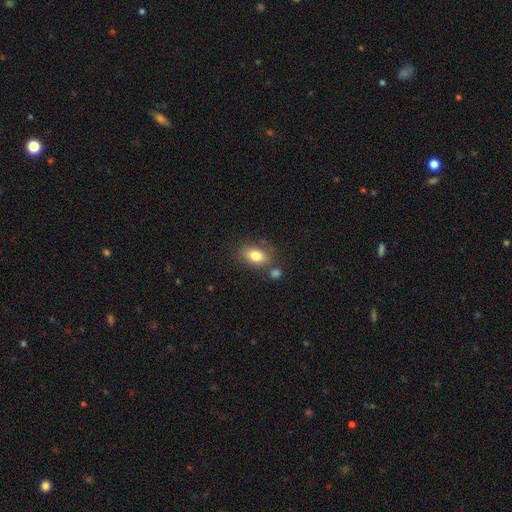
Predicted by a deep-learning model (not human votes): smooth-or-featured: smooth: 81% | featured or disk: 10% | star or artifact: 8%
  how-rounded: in between: 85% | round: 13% | cigar-shaped: 2%
  merging: none: 68% | minor disturbance: 15% | merger: 13% | major disturbance: 4%